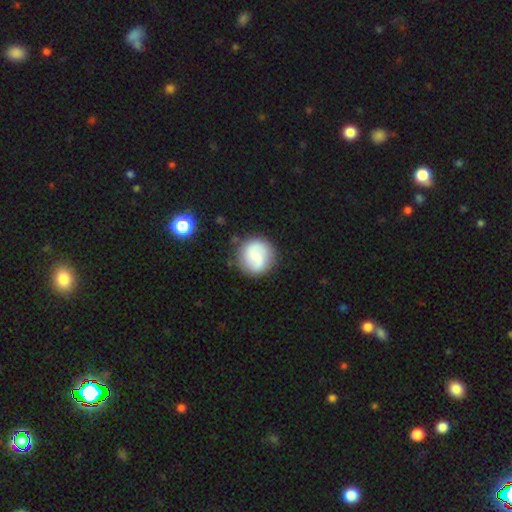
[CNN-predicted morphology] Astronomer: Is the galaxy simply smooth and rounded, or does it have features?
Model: featured or disk — 54% (runner-up: smooth, 40%).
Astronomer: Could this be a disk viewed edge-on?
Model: no — 98%.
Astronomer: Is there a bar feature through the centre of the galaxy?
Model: weak — 54%.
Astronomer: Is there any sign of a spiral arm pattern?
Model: yes — 84%.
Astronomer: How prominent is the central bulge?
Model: small — 49% (runner-up: moderate, 34%).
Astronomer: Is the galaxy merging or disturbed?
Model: none — 81%.